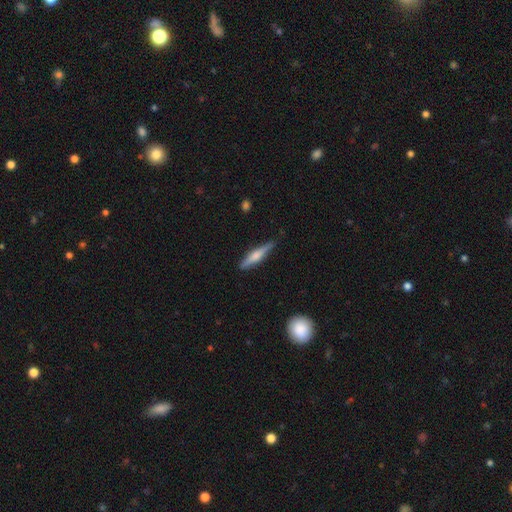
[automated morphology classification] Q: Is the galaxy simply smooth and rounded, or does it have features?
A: featured or disk — 49%.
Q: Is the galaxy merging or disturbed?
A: none — 85%.